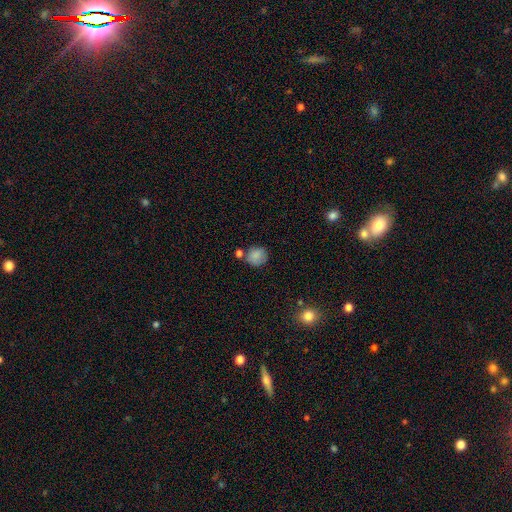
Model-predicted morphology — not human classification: Overall: smooth (83%). How rounded: round (79%). Merging: none (62%).